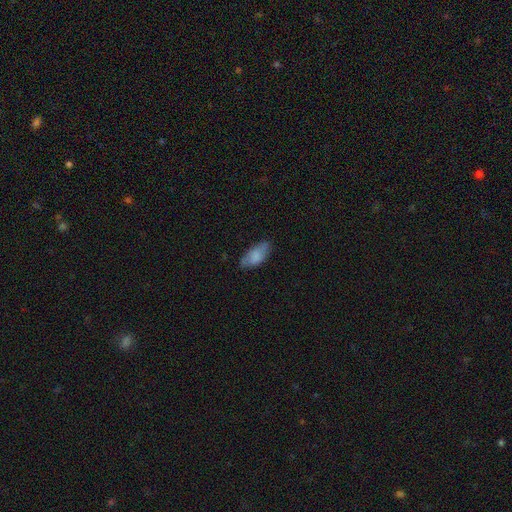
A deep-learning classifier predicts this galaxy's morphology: Q: Smooth or featured?
A: smooth (80%); runner-up: featured or disk (13%)
Q: How rounded?
A: in between (88%); runner-up: cigar-shaped (10%)
Q: Merging?
A: none (69%); runner-up: minor disturbance (24%)